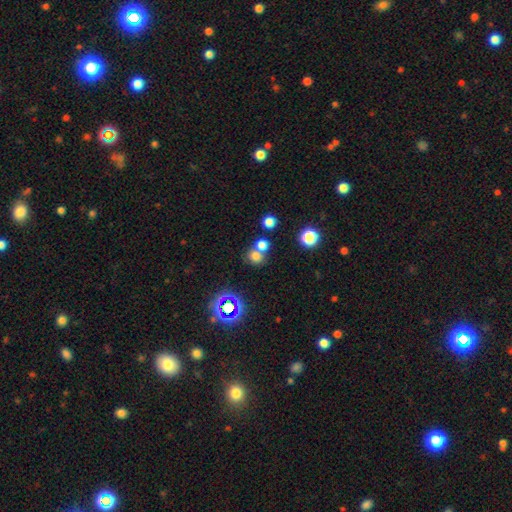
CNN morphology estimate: Smooth or featured: smooth — 70% (star or artifact — 21%)
How rounded: round — 80% (in between — 19%)
Merging: none — 51% (merger — 39%)